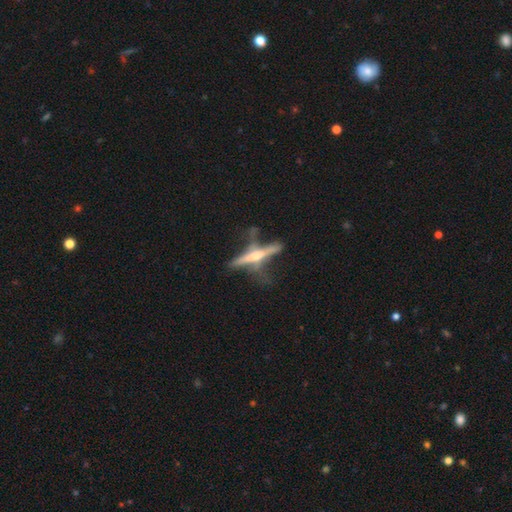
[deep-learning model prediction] featured or disk 70%, smooth 23%, star or artifact 8%. Down the decision tree: edge-on disk — yes (93%); edge-on bulge — rounded (80%); merging — none (54%).